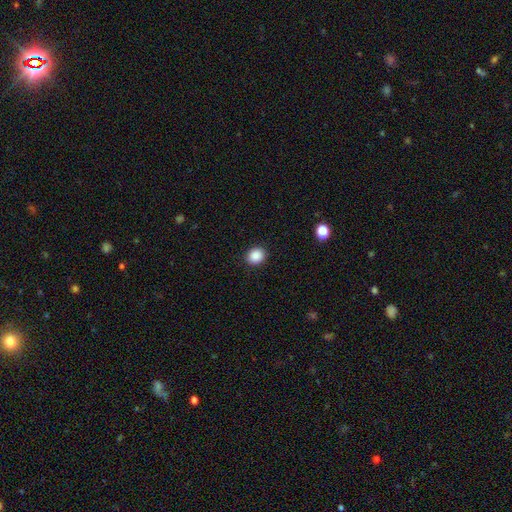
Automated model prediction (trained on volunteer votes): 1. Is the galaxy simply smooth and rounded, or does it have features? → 88% smooth, 9% star or artifact, 3% featured or disk.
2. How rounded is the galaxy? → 75% round, 24% in between, 1% cigar-shaped.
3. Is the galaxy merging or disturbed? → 91% none, 6% minor disturbance, 2% major disturbance, 1% merger.